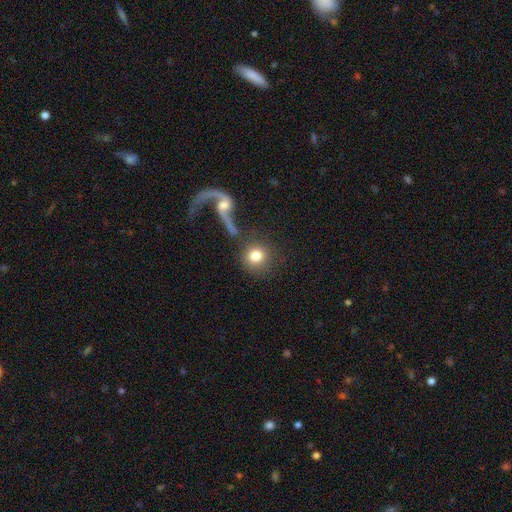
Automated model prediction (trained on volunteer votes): smooth-or-featured: smooth: 79% | featured or disk: 13% | star or artifact: 8%
  how-rounded: round: 92% | in between: 7% | cigar-shaped: 2%
  merging: none: 72% | merger: 13% | minor disturbance: 9% | major disturbance: 7%